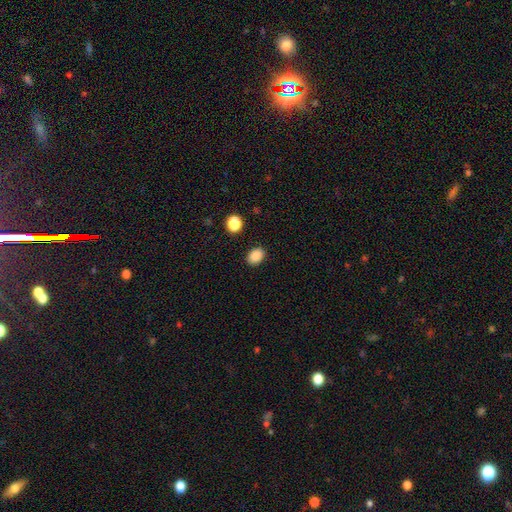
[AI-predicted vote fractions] The model was most divided on "how rounded": in between: 69%, round: 30%, cigar-shaped: 1%. More confident: merging — none (88%); smooth or featured — smooth (87%).